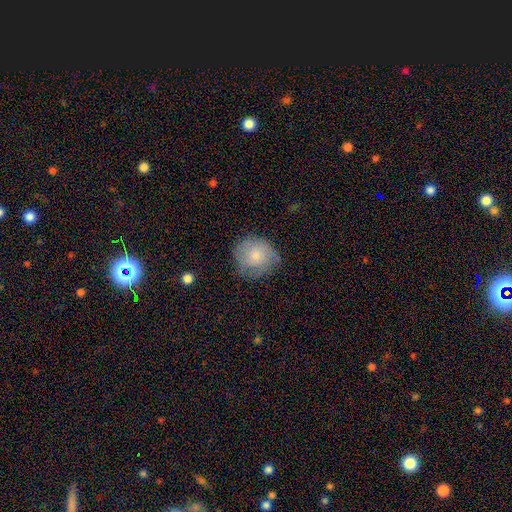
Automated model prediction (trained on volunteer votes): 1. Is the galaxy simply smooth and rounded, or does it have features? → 70% smooth, 22% featured or disk, 8% star or artifact.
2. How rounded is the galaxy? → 87% round, 12% in between, 1% cigar-shaped.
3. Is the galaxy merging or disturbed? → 66% none, 25% minor disturbance, 8% major disturbance, 1% merger.